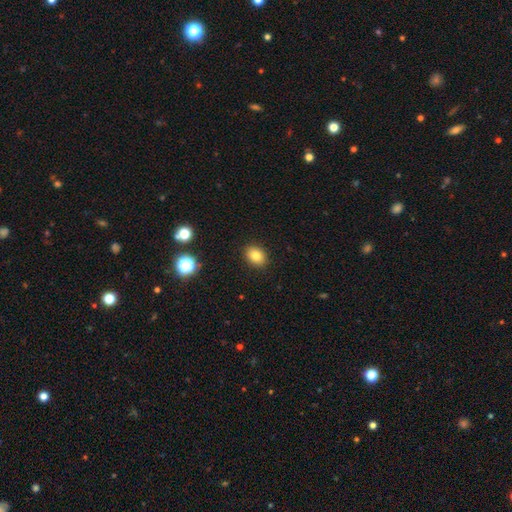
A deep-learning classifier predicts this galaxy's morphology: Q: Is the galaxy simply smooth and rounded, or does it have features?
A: smooth — 82%.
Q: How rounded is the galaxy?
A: in between — 60%.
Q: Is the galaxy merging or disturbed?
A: none — 90%.